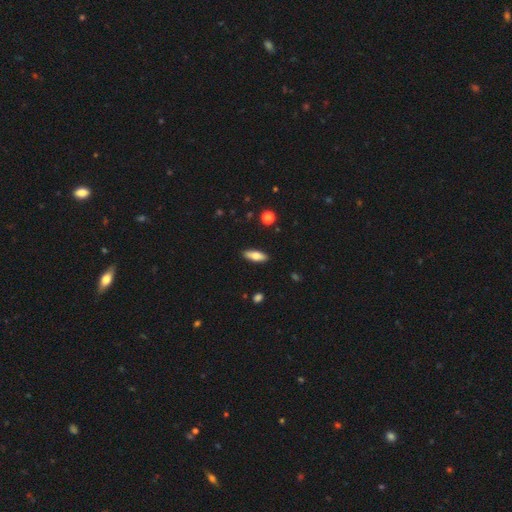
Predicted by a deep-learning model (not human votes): The model was most divided on "how rounded": in between: 65%, cigar-shaped: 33%, round: 3%. More confident: merging — none (89%); smooth or featured — smooth (68%).